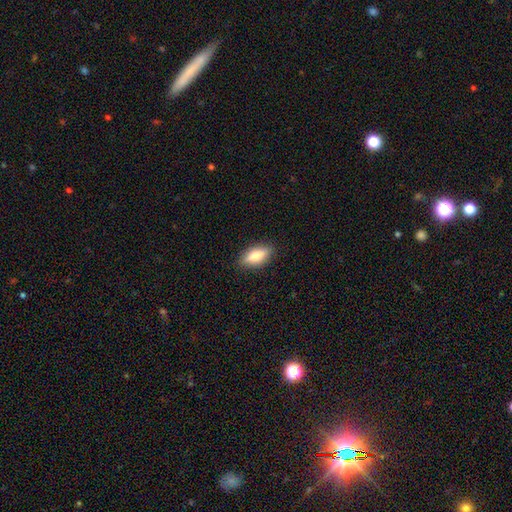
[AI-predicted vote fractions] Morphology: type=smooth (70%); roundness=in between (73%); merging=none (87%).